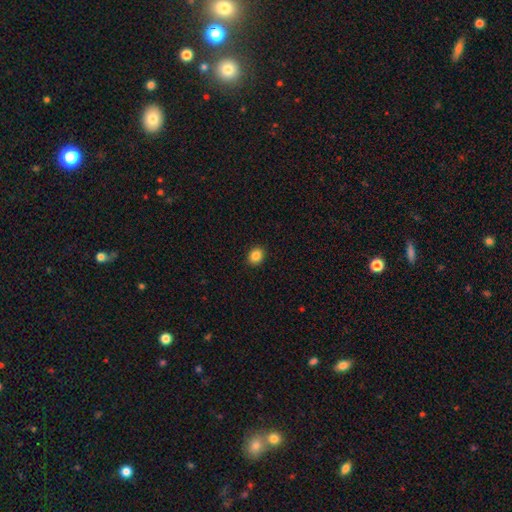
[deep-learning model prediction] The model was most divided on "how rounded": round: 62%, in between: 38%, cigar-shaped: 1%. More confident: merging — none (92%); smooth or featured — smooth (86%).